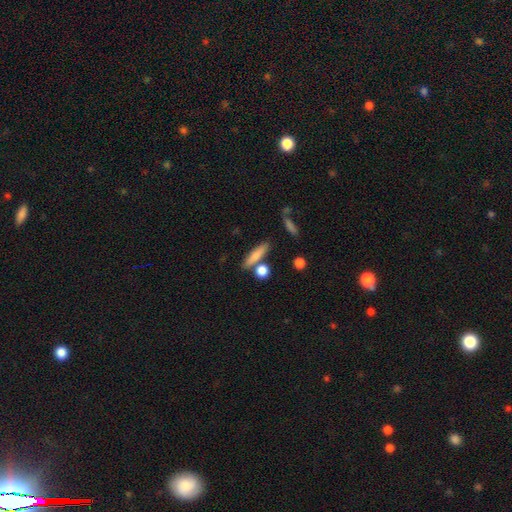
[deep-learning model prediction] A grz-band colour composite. It shows a smooth galaxy with no disk features (76%) that is cigar-shaped (64%). Merging: none (72%).